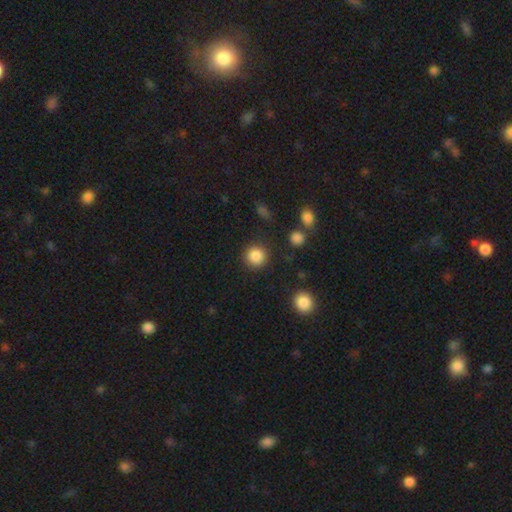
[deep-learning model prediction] This appears to be a smooth galaxy with no disk features (86%) that is round (92%). Merging: none (87%).